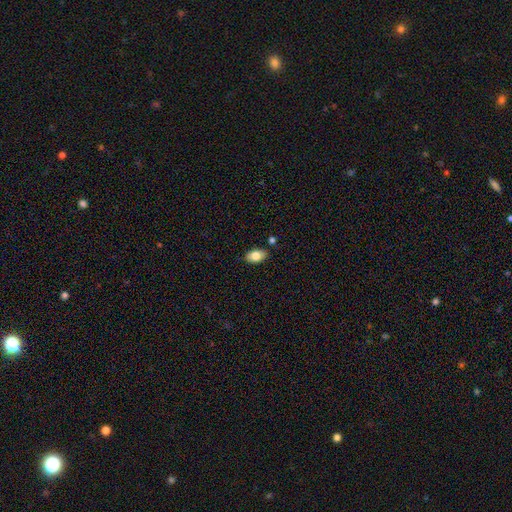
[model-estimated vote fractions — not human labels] Overall: smooth (82%). How rounded: in between (92%). Merging: none (85%).